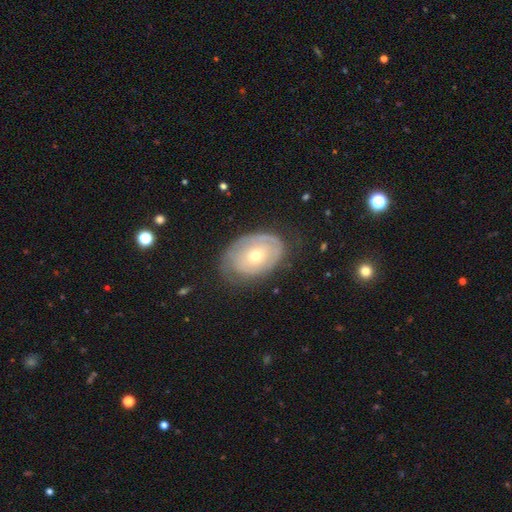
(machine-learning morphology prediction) smooth-or-featured: featured or disk: 59% | smooth: 34% | star or artifact: 7%
  disk-edge-on: no: 94% | yes: 6%
    bar: no: 85% | weak: 12% | strong: 3%
    has-spiral-arms: yes: 58% | no: 42%
    bulge-size: small: 50% | moderate: 46% | large: 2% | none: 1% | dominant: 1%
  merging: none: 67% | minor disturbance: 22% | major disturbance: 9% | merger: 1%